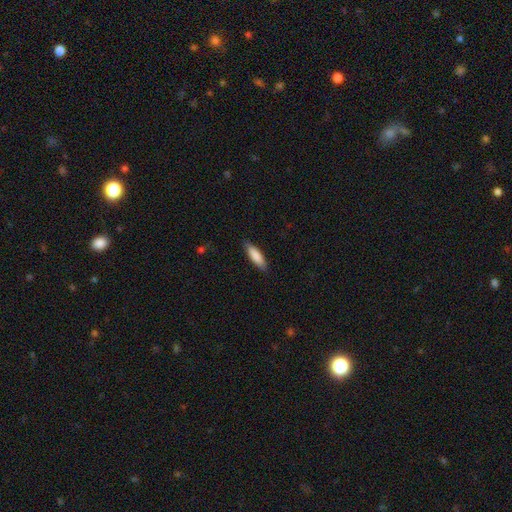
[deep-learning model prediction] This is clearly a smooth galaxy (86%). How rounded: possibly cigar-shaped (59%). Merging: clearly none (86%).